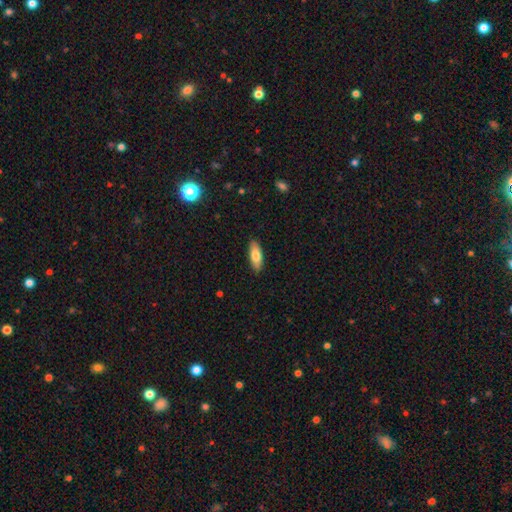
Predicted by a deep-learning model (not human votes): smooth 78%, featured or disk 16%, star or artifact 6%. Down the decision tree: how rounded — in between (70%); merging — none (88%).